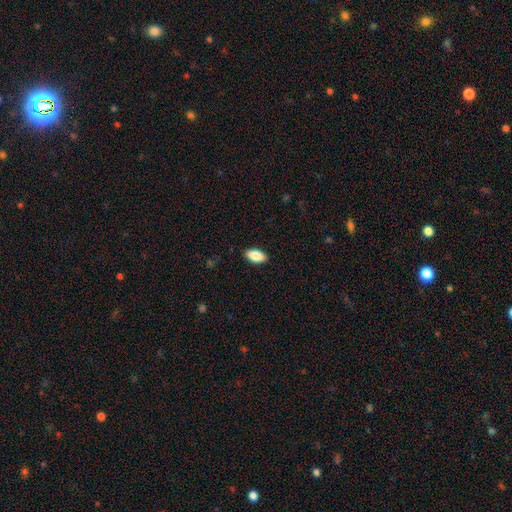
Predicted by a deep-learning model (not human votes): A smooth galaxy with no disk features (86%) that is in between round and cigar-shaped (92%). Merging: none (89%).